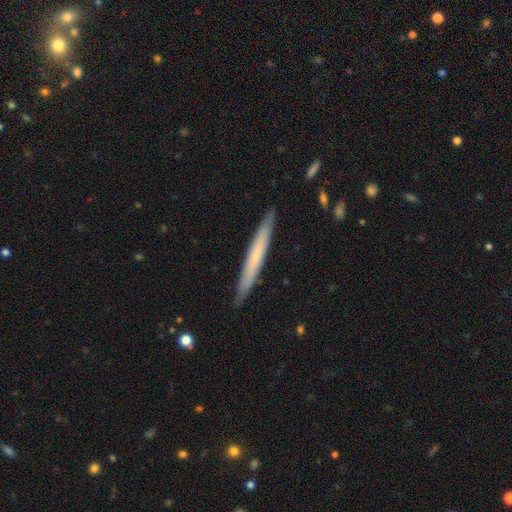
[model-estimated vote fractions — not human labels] Overall: smooth (56%; featured or disk 39%). How rounded: cigar-shaped (96%). Merging: none (90%).